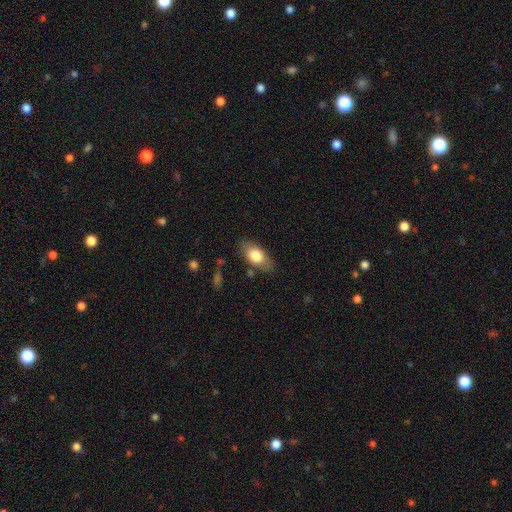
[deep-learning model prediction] The model was most divided on "smooth or featured": smooth: 75%, featured or disk: 18%, star or artifact: 7%. More confident: how rounded — in between (88%); merging — none (79%).